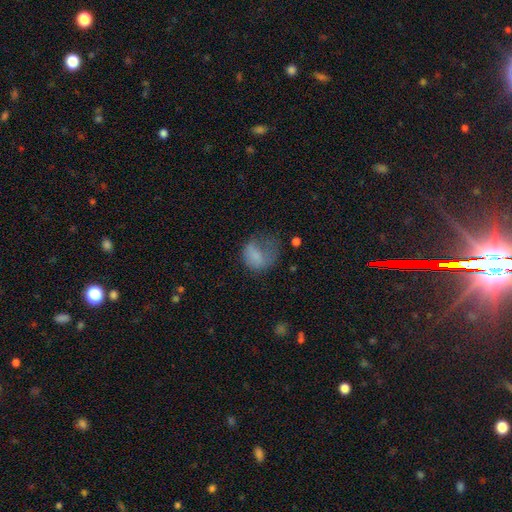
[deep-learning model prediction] Smooth or featured? Predicted: smooth (p=0.70). How rounded? Predicted: in between (p=0.56). Merging? Predicted: major disturbance (p=0.52).